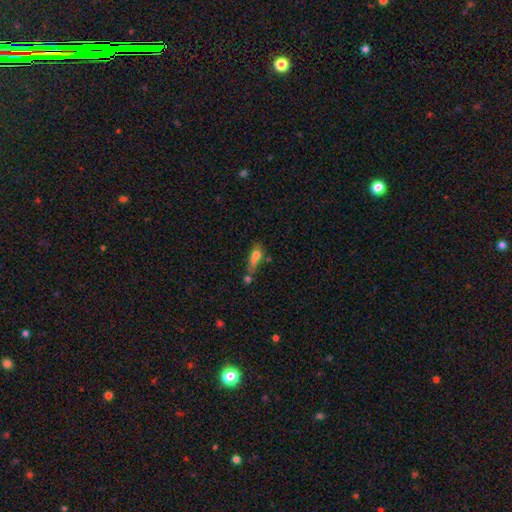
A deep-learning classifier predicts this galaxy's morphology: A smooth galaxy with no disk features (64%) that is in between round and cigar-shaped (55%). Merging: merger (35%).